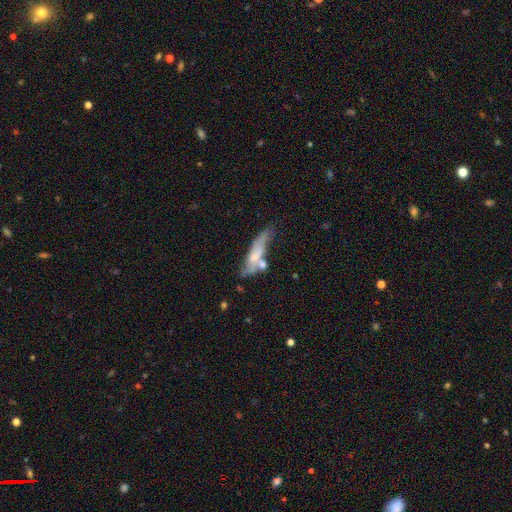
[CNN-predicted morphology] A featured or disk galaxy (49%). Merging: none (38%).